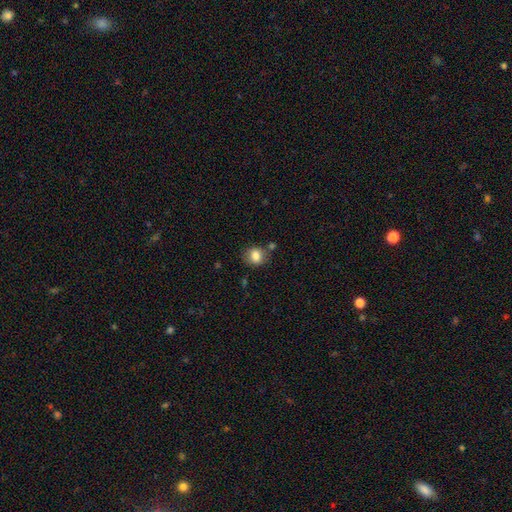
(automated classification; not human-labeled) A smooth galaxy with no disk features (82%) that is round (71%). Merging: none (73%).